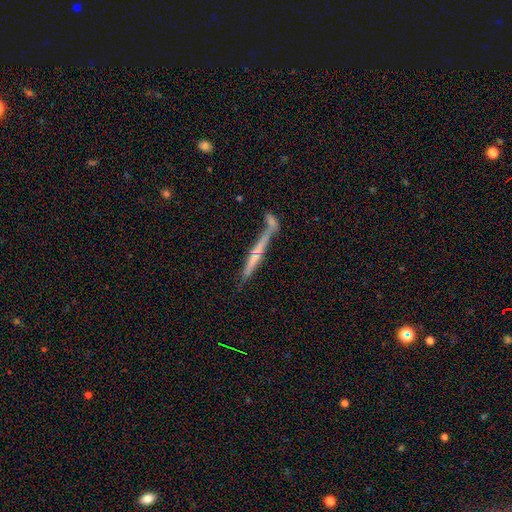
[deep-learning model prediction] Morphology: type=featured or disk (54%); edge-on=yes (94%); edge-on bulge=none (73%); merging=none (62%).